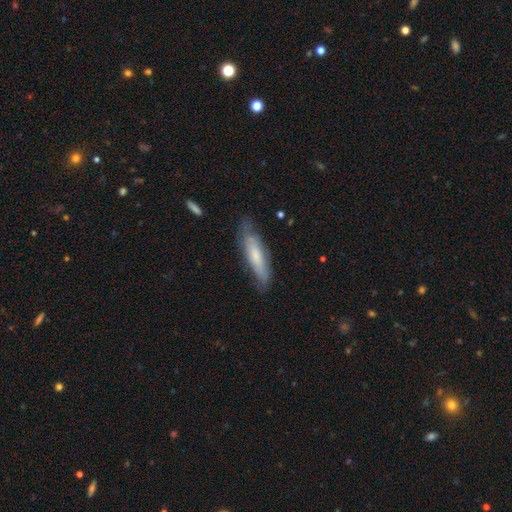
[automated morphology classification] The model was most divided on "smooth or featured": smooth: 55%, featured or disk: 39%, star or artifact: 6%. More confident: merging — none (68%); how rounded — cigar-shaped (67%).